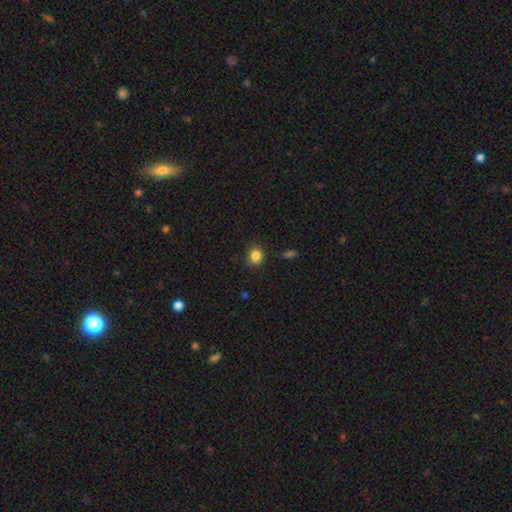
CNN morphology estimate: type=smooth (85%); roundness=round (78%); merging=none (84%).